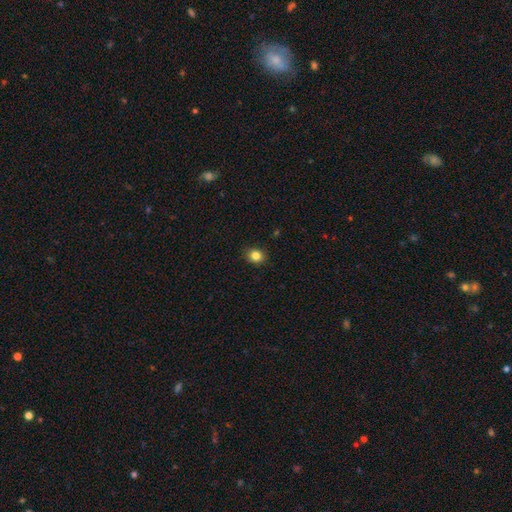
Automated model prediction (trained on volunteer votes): Smooth or featured: smooth — 83% (star or artifact — 11%)
How rounded: round — 65% (in between — 34%)
Merging: none — 88% (minor disturbance — 9%)